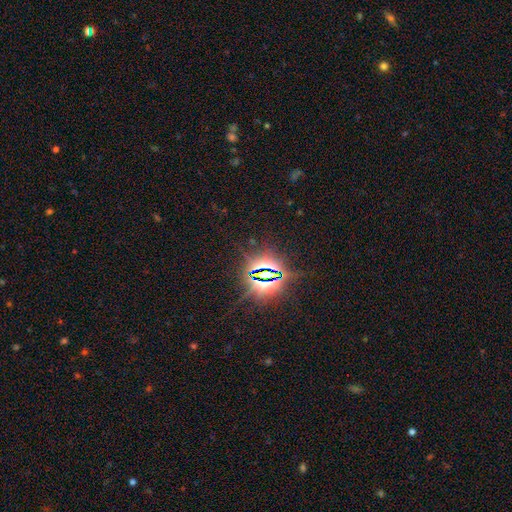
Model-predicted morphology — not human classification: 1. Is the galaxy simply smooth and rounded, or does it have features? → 83% star or artifact, 10% smooth, 7% featured or disk.